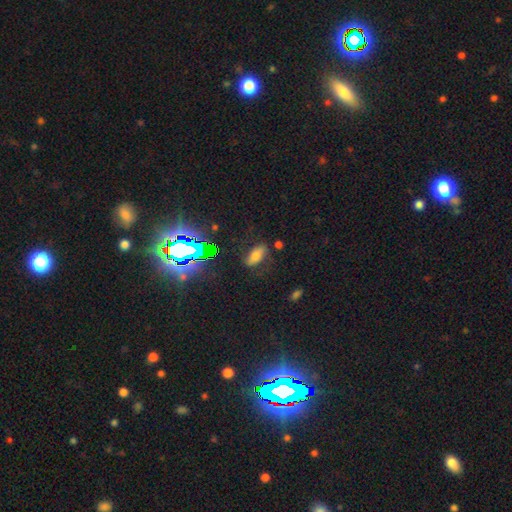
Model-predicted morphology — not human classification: Overall: smooth (52%; star or artifact 26%). How rounded: in between (86%). Merging: none (72%).